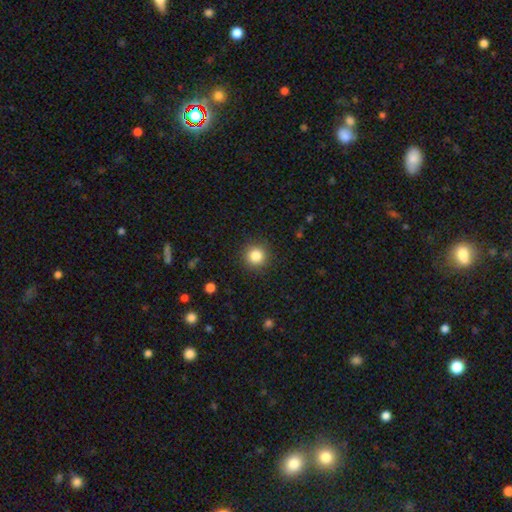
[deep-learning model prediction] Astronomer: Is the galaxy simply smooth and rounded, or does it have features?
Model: smooth — 84%.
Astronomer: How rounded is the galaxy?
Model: round — 95%.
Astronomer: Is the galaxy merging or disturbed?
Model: none — 90%.